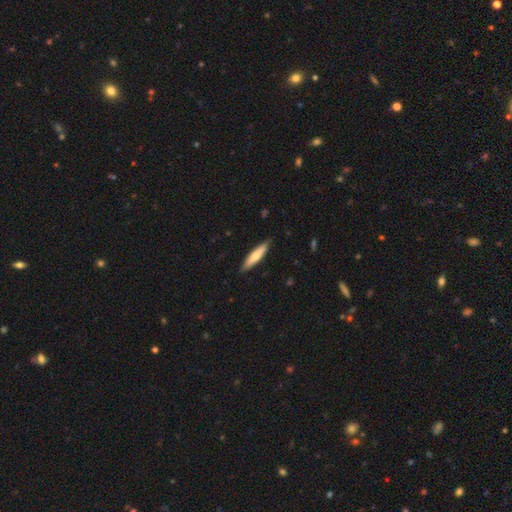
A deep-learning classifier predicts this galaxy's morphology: This appears to be a smooth galaxy with no disk features (64%) that is cigar-shaped (83%). Merging: none (88%).